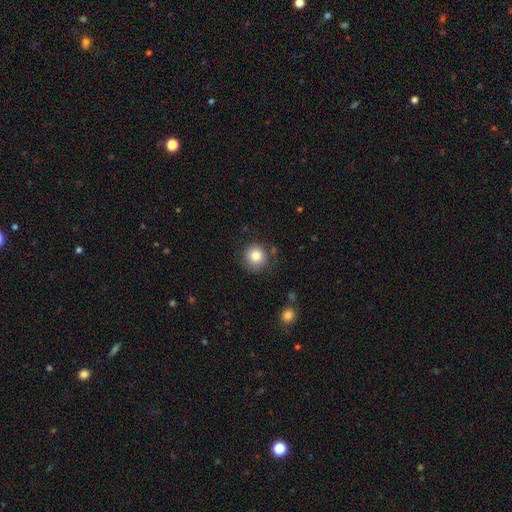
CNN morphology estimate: smooth-or-featured: smooth: 82% | star or artifact: 10% | featured or disk: 8%
  how-rounded: round: 92% | in between: 7% | cigar-shaped: 1%
  merging: none: 81% | minor disturbance: 12% | major disturbance: 4% | merger: 3%